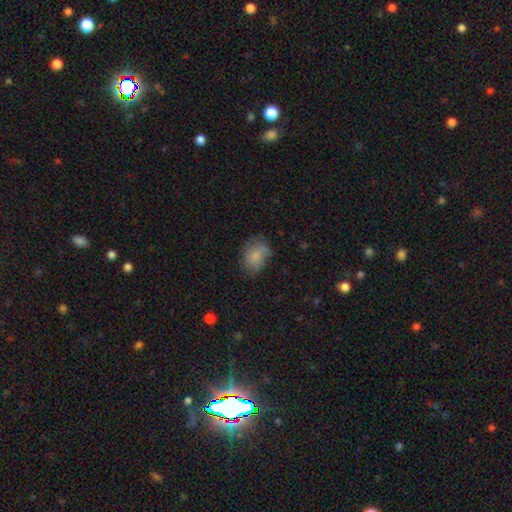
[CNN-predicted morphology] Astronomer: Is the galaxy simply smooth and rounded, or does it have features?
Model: smooth — 77%.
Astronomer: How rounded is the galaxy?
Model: in between — 70%.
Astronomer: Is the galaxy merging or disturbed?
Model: none — 65%.